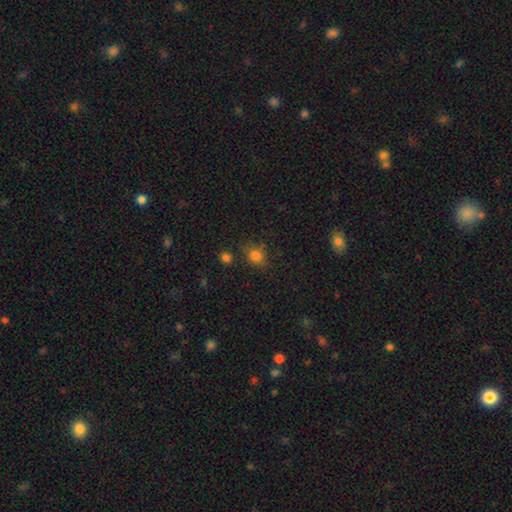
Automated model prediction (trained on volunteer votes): The model was most divided on "how rounded": round: 63%, in between: 36%, cigar-shaped: 1%. More confident: smooth or featured — smooth (79%); merging — none (74%).